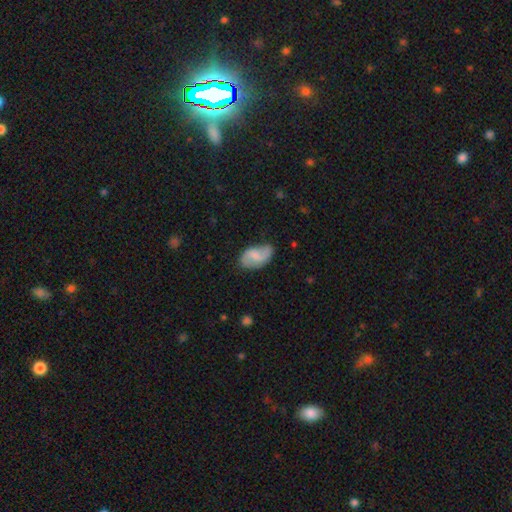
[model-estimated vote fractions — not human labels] Morphology: type=featured or disk (50%); edge-on=no (96%); merging=none (65%).